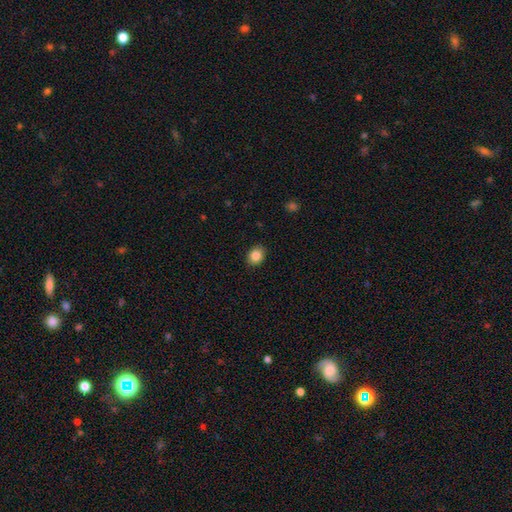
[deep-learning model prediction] Morphology: type=smooth (85%); roundness=in between (51%); merging=none (90%).